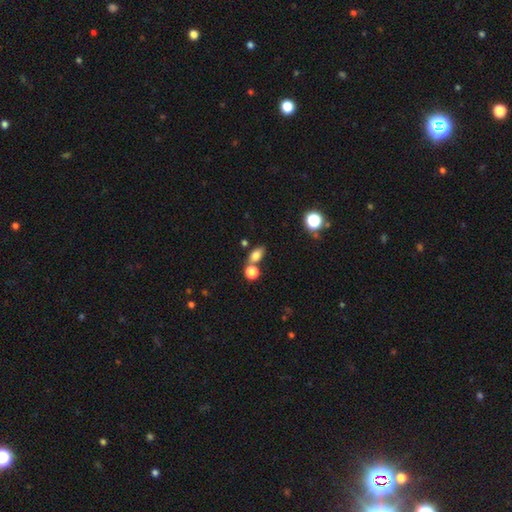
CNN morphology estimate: Q: Smooth or featured?
A: smooth (79%); runner-up: star or artifact (13%)
Q: How rounded?
A: in between (80%); runner-up: round (17%)
Q: Merging?
A: none (59%); runner-up: merger (25%)